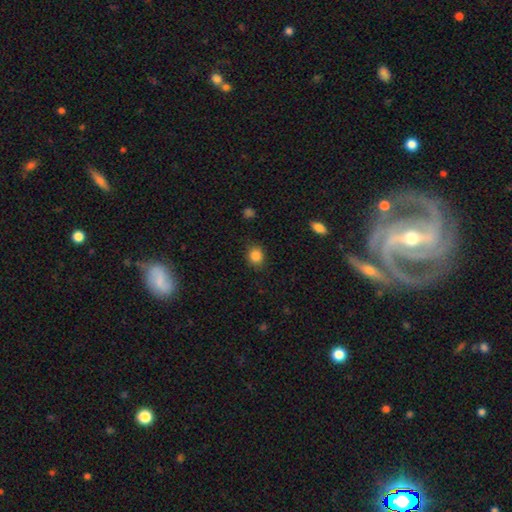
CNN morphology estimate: Q: Smooth or featured?
A: smooth (85%); runner-up: star or artifact (10%)
Q: How rounded?
A: round (67%); runner-up: in between (32%)
Q: Merging?
A: none (86%); runner-up: minor disturbance (10%)